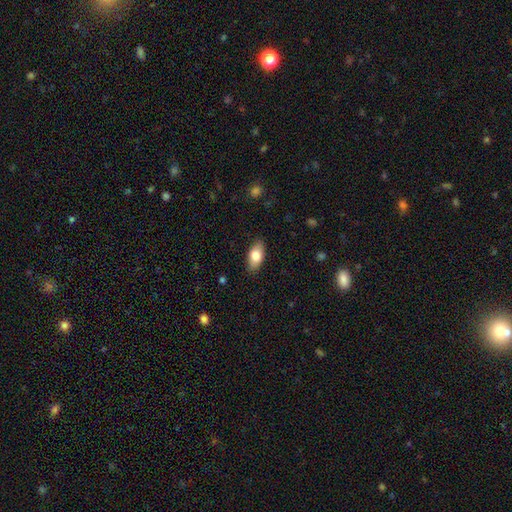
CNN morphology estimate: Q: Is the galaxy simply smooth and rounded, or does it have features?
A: smooth — 80%.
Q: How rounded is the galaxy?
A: in between — 91%.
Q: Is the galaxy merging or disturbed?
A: none — 86%.